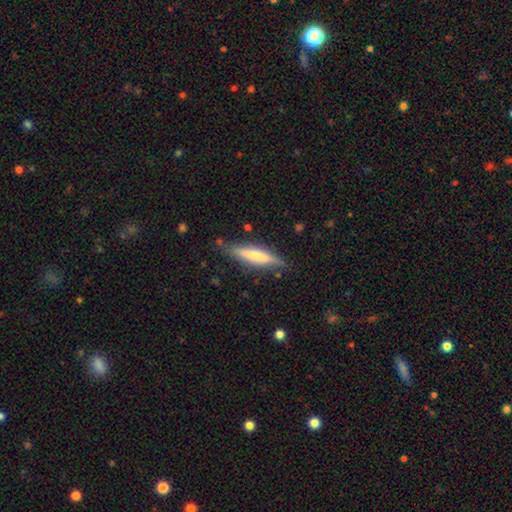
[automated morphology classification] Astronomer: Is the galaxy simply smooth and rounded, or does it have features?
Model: smooth — 58% (runner-up: featured or disk, 36%).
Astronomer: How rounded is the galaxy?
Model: cigar-shaped — 84%.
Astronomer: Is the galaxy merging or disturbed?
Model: none — 80%.